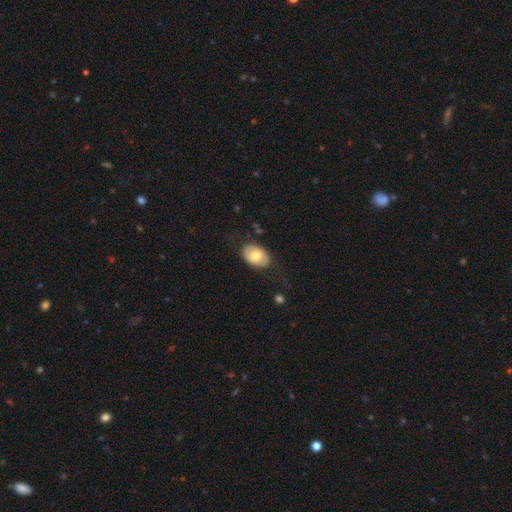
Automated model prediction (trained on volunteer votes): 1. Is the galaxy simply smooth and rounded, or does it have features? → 66% smooth, 28% featured or disk, 6% star or artifact.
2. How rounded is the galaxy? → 84% in between, 15% round, 1% cigar-shaped.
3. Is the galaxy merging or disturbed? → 72% none, 18% minor disturbance, 9% major disturbance, 2% merger.